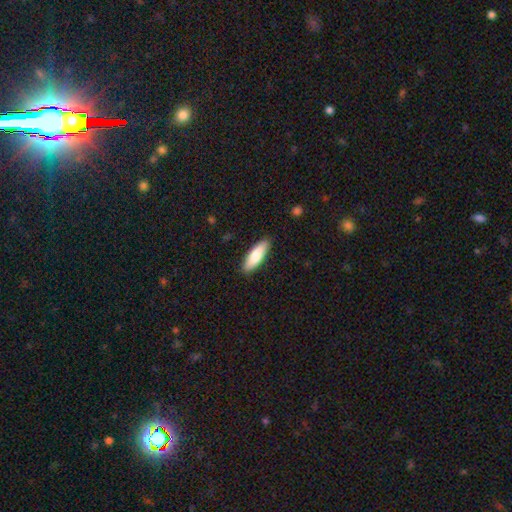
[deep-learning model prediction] Smooth or featured?
  - smooth: 83% *
  - featured or disk: 12%
  - star or artifact: 5%
How rounded?
  - in between: 55% *
  - cigar-shaped: 44%
  - round: 2%
Merging?
  - none: 89% *
  - minor disturbance: 9%
  - major disturbance: 2%
  - merger: 1%